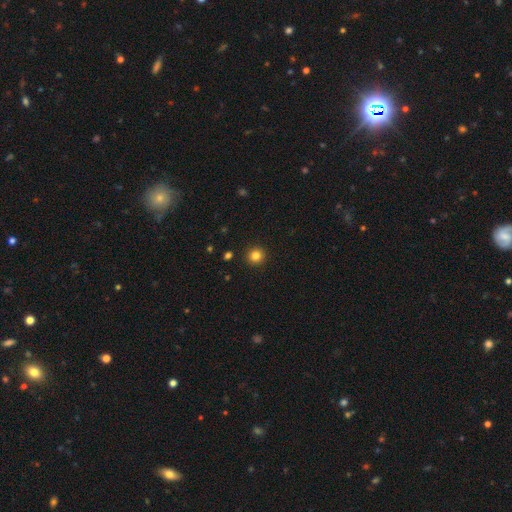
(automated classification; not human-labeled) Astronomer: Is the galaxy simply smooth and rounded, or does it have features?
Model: smooth — 84%.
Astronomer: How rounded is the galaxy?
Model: round — 95%.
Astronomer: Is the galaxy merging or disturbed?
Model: none — 93%.